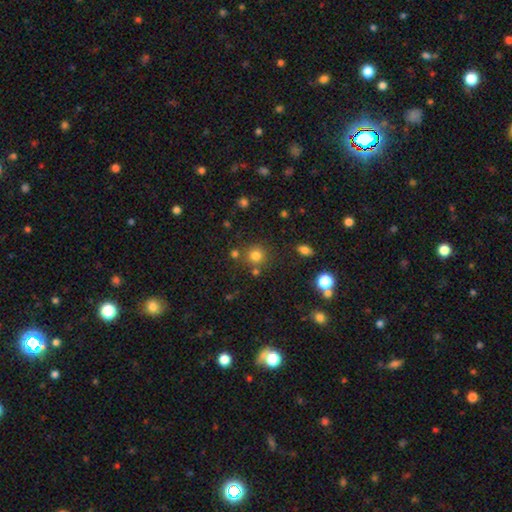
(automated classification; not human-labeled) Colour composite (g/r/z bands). It shows a smooth galaxy with no disk features (78%) that is round (91%). Merging: none (77%).